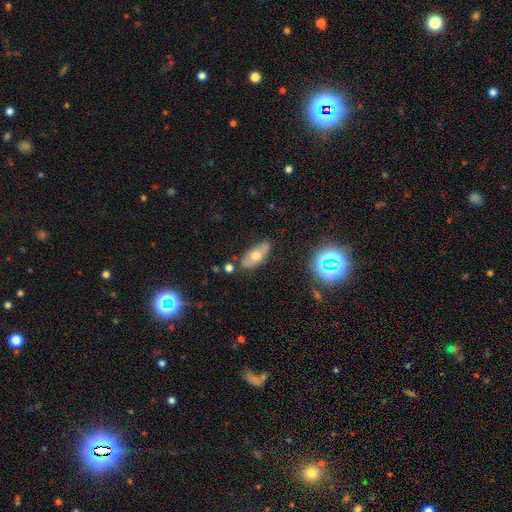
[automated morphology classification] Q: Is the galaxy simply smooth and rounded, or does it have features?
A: smooth — 55%.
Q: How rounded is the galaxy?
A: in between — 85%.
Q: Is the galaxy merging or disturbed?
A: none — 78%.